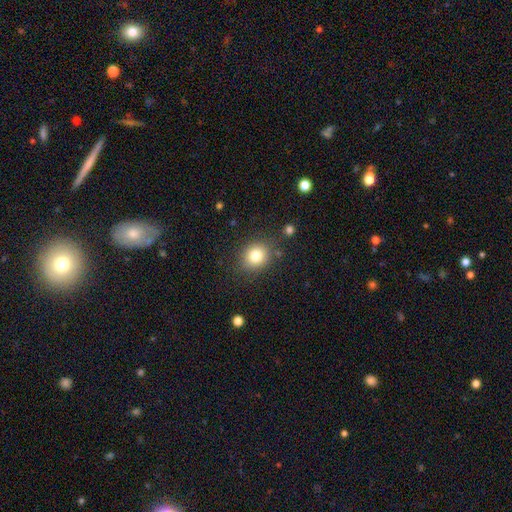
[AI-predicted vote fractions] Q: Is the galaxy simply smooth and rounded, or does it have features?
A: smooth — 80%.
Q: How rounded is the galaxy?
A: round — 72%.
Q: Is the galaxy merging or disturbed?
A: none — 82%.